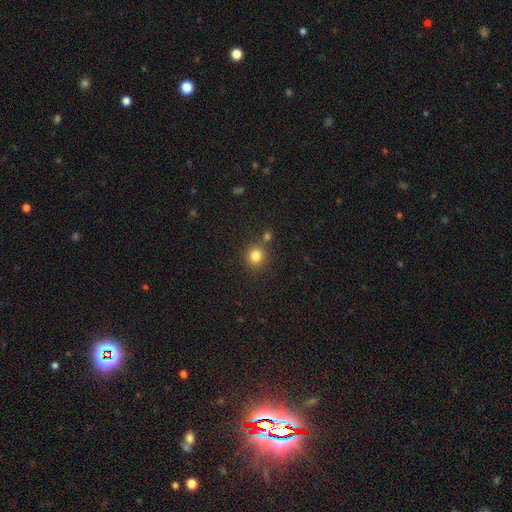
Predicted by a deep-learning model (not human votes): This appears to be a smooth galaxy with no disk features (82%) that is round (90%). Merging: none (78%).